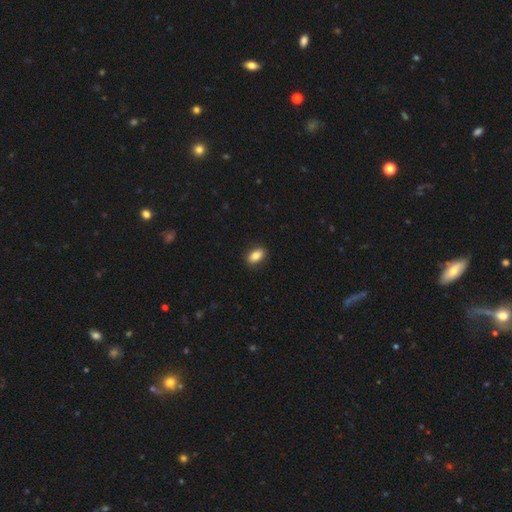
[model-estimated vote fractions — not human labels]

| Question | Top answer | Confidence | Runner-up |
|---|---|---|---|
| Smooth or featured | smooth | 85% | star or artifact (8%) |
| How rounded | in between | 88% | round (10%) |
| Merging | none | 88% | minor disturbance (9%) |